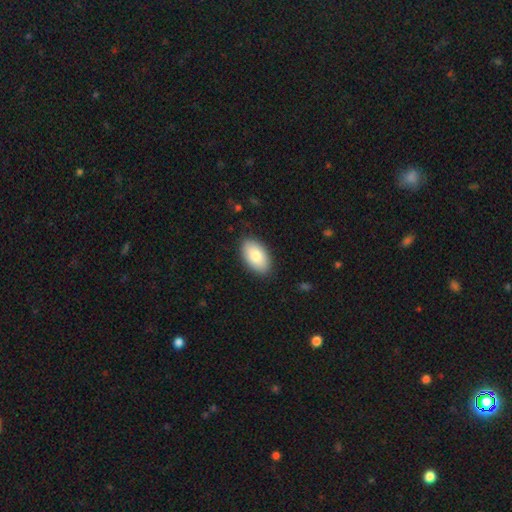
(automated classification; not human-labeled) smooth-or-featured: smooth: 84% | featured or disk: 10% | star or artifact: 6%
  how-rounded: in between: 95% | round: 4% | cigar-shaped: 1%
  merging: none: 88% | minor disturbance: 9% | major disturbance: 2% | merger: 1%